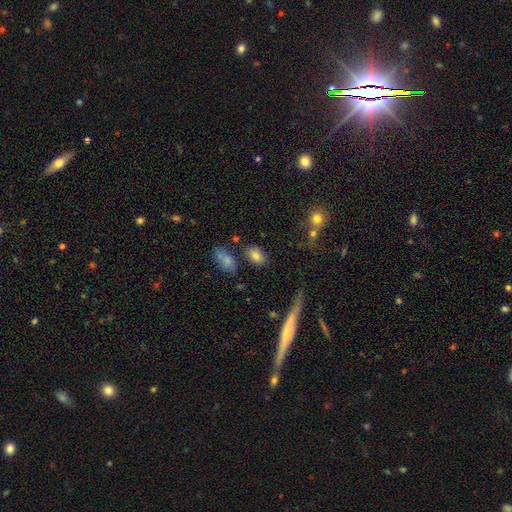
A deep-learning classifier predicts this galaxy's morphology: Smooth or featured? smooth (79%)
How rounded? in between (80%)
Merging? none (80%)